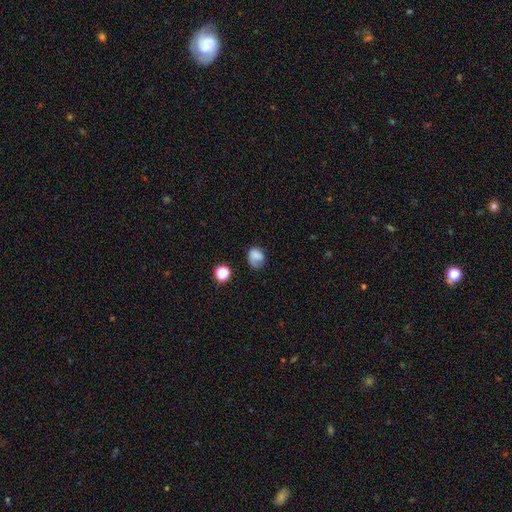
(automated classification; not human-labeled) smooth-or-featured: smooth: 74% | featured or disk: 14% | star or artifact: 12%
  how-rounded: round: 55% | in between: 44% | cigar-shaped: 1%
  merging: none: 55% | minor disturbance: 29% | major disturbance: 13% | merger: 3%